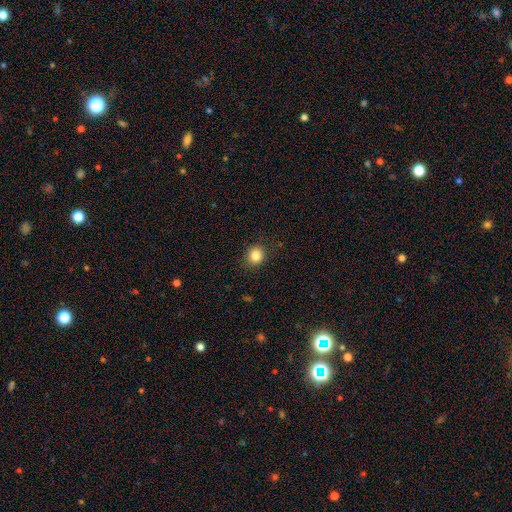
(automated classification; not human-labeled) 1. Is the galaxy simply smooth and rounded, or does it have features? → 84% smooth, 11% star or artifact, 6% featured or disk.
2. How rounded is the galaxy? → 82% round, 17% in between, 1% cigar-shaped.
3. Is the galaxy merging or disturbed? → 90% none, 7% minor disturbance, 2% major disturbance, 1% merger.